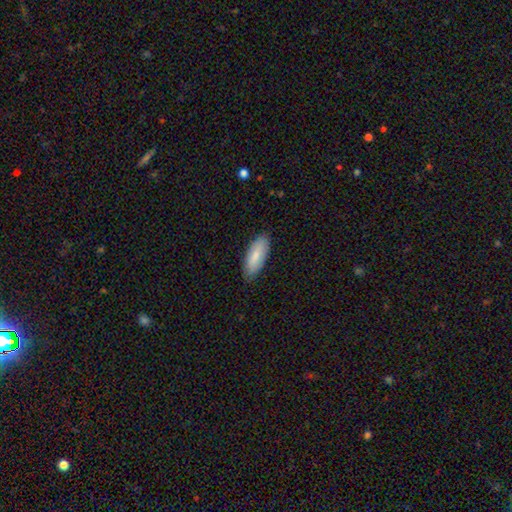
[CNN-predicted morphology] The model was most divided on "how rounded": in between: 79%, cigar-shaped: 19%, round: 2%. More confident: merging — none (84%); smooth or featured — smooth (81%).